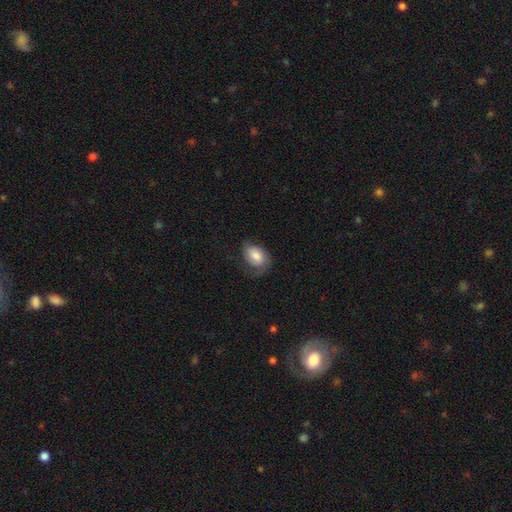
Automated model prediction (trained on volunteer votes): This appears to be a smooth galaxy with no disk features (59%) that is in between round and cigar-shaped (84%). Merging: none (54%).